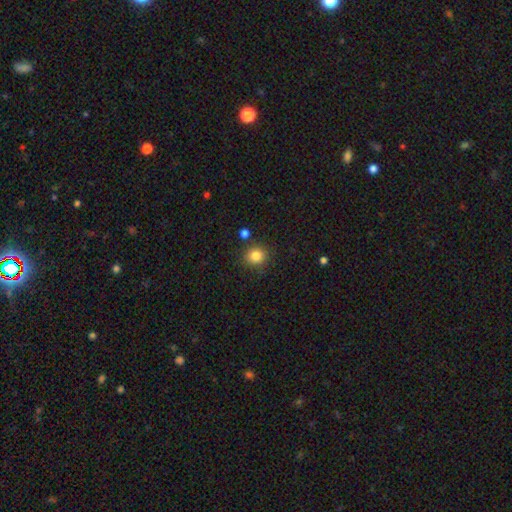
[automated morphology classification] A smooth galaxy with no disk features (84%) that is round (82%). Merging: none (84%).